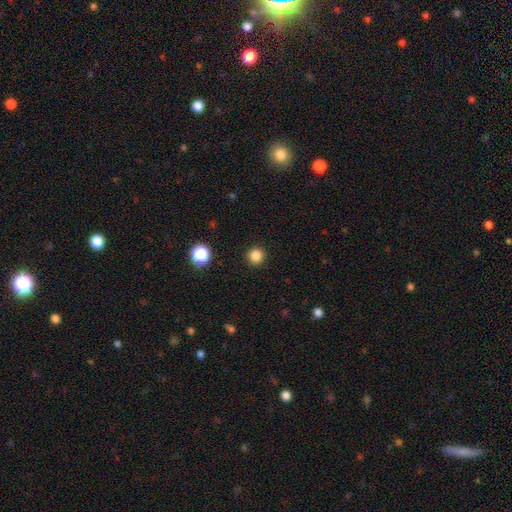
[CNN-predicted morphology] Q: Smooth or featured?
A: smooth (85%); runner-up: star or artifact (12%)
Q: How rounded?
A: round (95%); runner-up: in between (4%)
Q: Merging?
A: none (93%); runner-up: minor disturbance (4%)